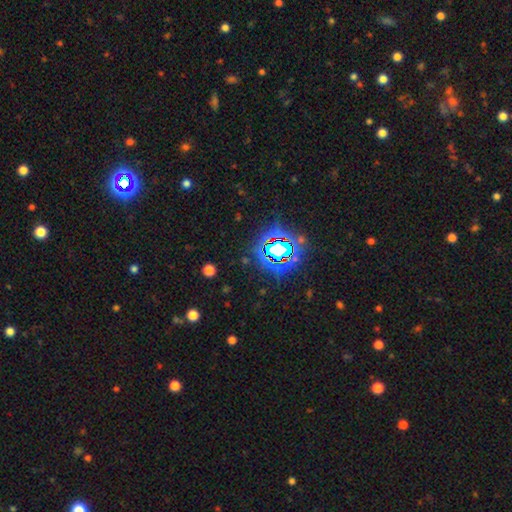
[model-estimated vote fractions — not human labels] Morphology: type=star or artifact (79%).